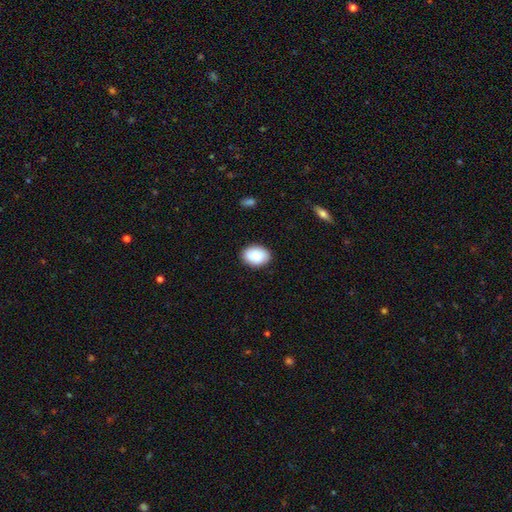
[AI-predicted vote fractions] This is clearly a smooth galaxy (89%). How rounded: likely in between (78%). Merging: clearly none (87%).